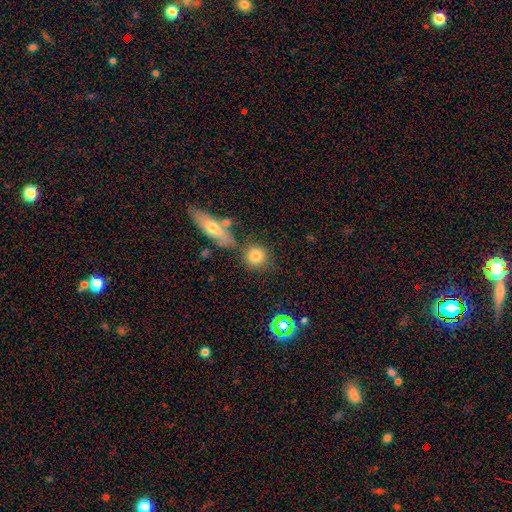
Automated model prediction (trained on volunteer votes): A smooth galaxy with no disk features (79%) that is round (85%). Merging: none (71%).